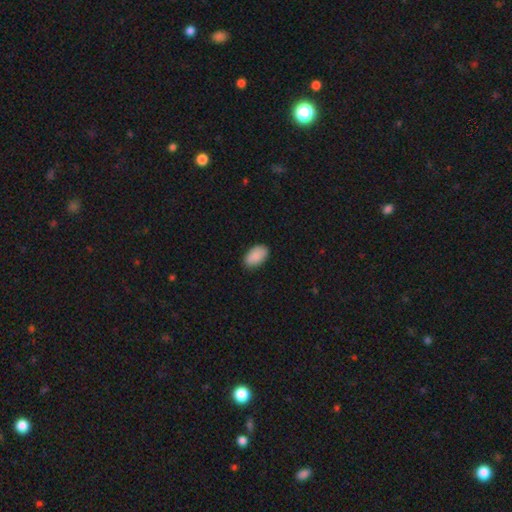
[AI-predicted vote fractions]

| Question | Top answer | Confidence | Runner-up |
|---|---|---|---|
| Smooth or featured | smooth | 89% | star or artifact (6%) |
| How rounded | in between | 94% | round (5%) |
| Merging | none | 84% | minor disturbance (13%) |